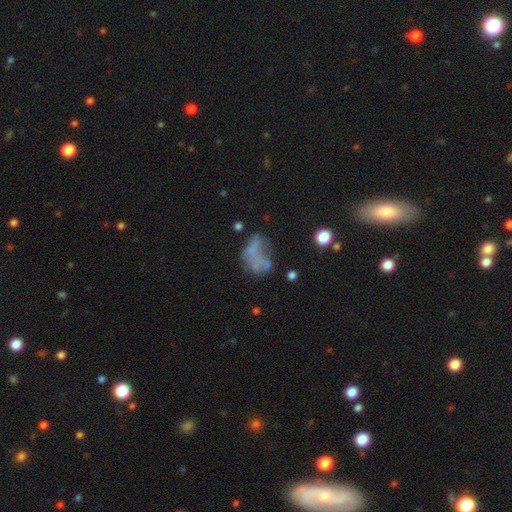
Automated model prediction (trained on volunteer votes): smooth_or_featured: smooth (p=0.44) [alt: featured or disk p=0.35]
merging: major disturbance (p=0.32) [alt: none p=0.31]